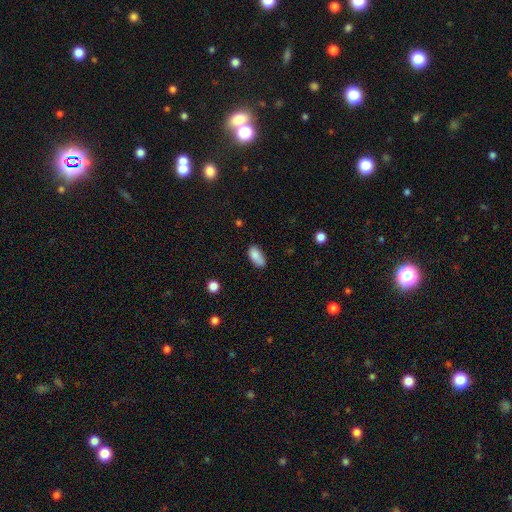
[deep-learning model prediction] This appears to be a smooth galaxy with no disk features (86%) that is in between round and cigar-shaped (91%). Merging: none (67%).